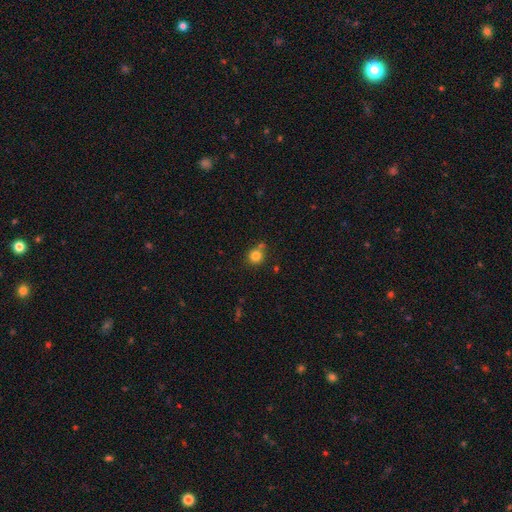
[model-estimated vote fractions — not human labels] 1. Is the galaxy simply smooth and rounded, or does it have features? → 82% smooth, 12% star or artifact, 6% featured or disk.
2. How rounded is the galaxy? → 88% round, 11% in between, 1% cigar-shaped.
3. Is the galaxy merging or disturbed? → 69% none, 15% merger, 13% minor disturbance, 3% major disturbance.